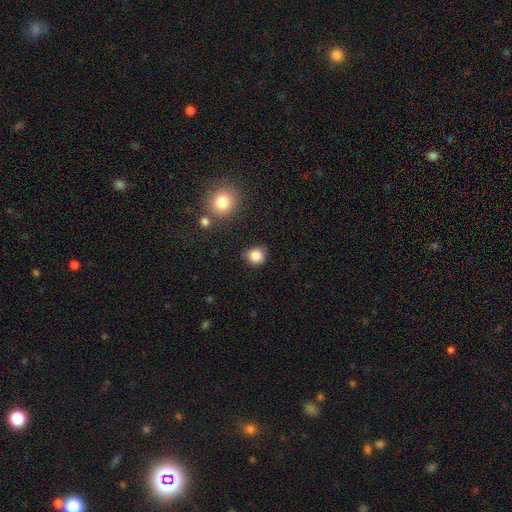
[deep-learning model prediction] Smooth or featured?
  - smooth: 86% *
  - star or artifact: 10%
  - featured or disk: 4%
How rounded?
  - round: 84% *
  - in between: 15%
  - cigar-shaped: 1%
Merging?
  - none: 81% *
  - minor disturbance: 14%
  - major disturbance: 3%
  - merger: 3%